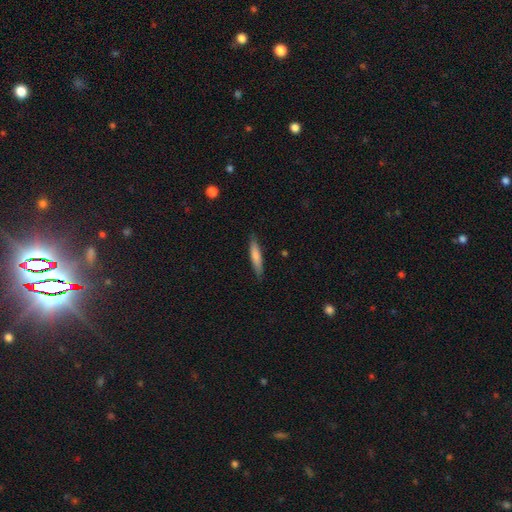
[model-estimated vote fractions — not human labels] Q: Smooth or featured?
A: smooth (76%); runner-up: featured or disk (19%)
Q: How rounded?
A: cigar-shaped (86%); runner-up: in between (13%)
Q: Merging?
A: none (86%); runner-up: minor disturbance (11%)